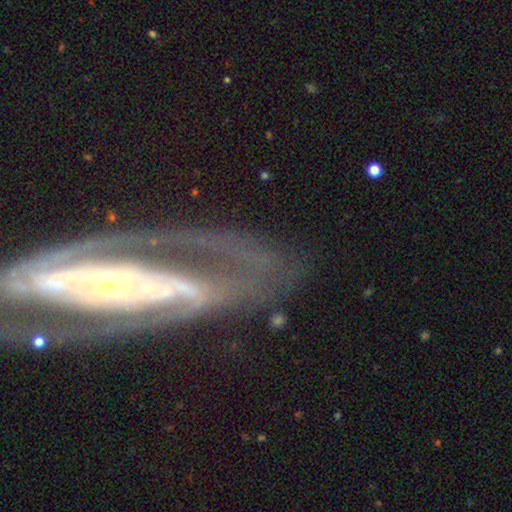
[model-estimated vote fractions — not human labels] Smooth or featured?
  - featured or disk: 84% *
  - smooth: 8%
  - star or artifact: 7%
Edge-on disk?
  - no: 90% *
  - yes: 10%
Bar?
  - no: 39% *
  - strong: 36%
  - weak: 26%
Spiral arms?
  - yes: 90% *
  - no: 10%
Spiral winding?
  - tight: 43% *
  - medium: 42%
  - loose: 15%
Spiral arm count?
  - 2: 71% *
  - can't tell: 12%
  - 3: 6%
  - 1: 5%
  - 4: 3%
  - more than 4: 3%
Bulge size?
  - small: 64% *
  - moderate: 27%
  - large: 5%
  - none: 2%
  - dominant: 2%
Merging?
  - none: 65% *
  - major disturbance: 15%
  - minor disturbance: 15%
  - merger: 4%